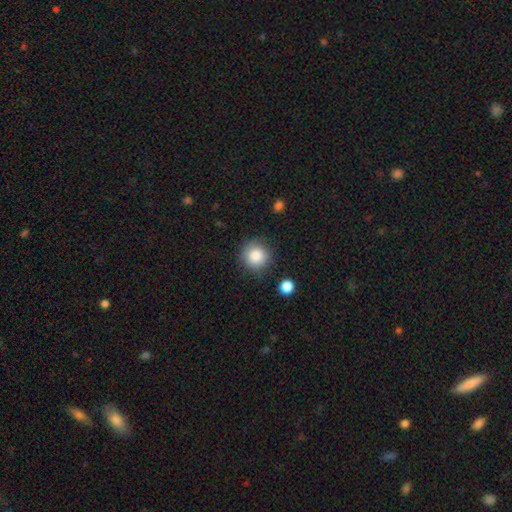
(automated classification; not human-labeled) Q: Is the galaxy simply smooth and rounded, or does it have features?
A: smooth — 85%.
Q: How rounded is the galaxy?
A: round — 92%.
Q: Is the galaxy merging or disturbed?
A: none — 82%.